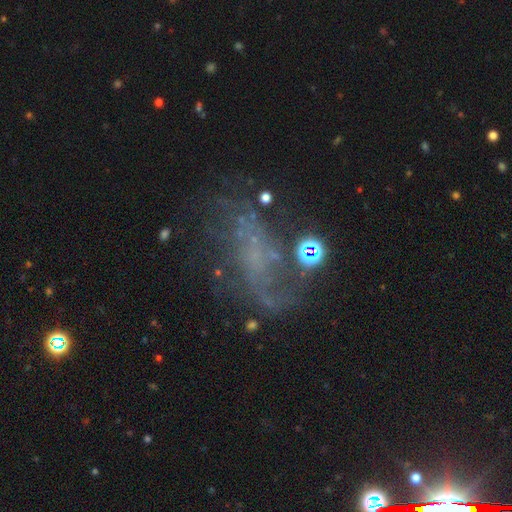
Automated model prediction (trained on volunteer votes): Overall: featured or disk (63%). Edge-on disk: no (96%). Bar: no (70%). Spiral arms: yes (64%; no 36%). Bulge size: none (70%). Merging: none (46%; major disturbance 29%).